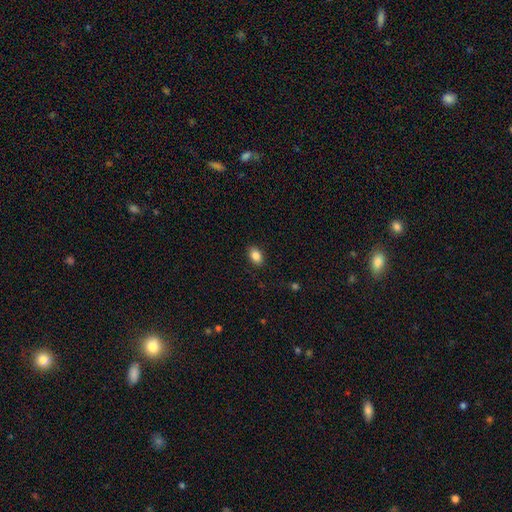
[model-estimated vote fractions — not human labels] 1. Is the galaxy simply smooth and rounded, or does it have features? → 86% smooth, 9% star or artifact, 5% featured or disk.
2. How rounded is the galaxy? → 81% in between, 18% round, 1% cigar-shaped.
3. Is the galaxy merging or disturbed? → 88% none, 8% minor disturbance, 2% major disturbance, 1% merger.